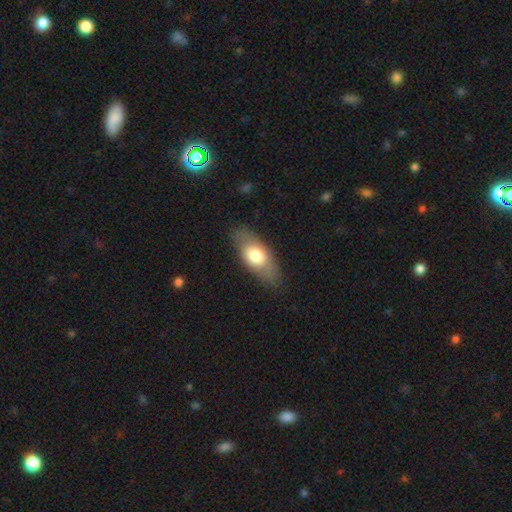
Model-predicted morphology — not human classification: Smooth or featured? Predicted: smooth (p=0.66). How rounded? Predicted: in between (p=0.84). Merging? Predicted: none (p=0.83).